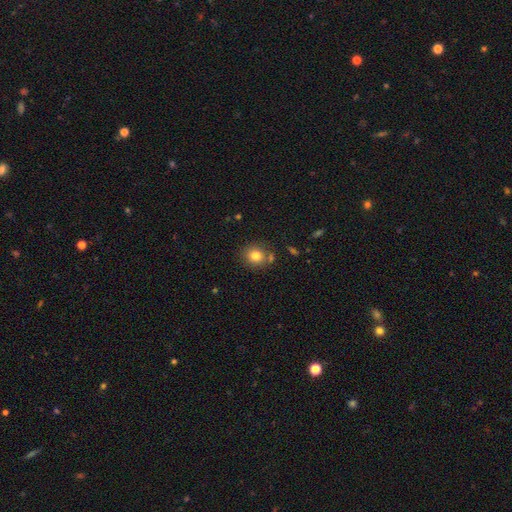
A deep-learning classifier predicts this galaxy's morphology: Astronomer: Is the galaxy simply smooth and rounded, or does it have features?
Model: smooth — 80%.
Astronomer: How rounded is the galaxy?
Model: round — 81%.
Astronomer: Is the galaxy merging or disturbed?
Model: none — 74%.